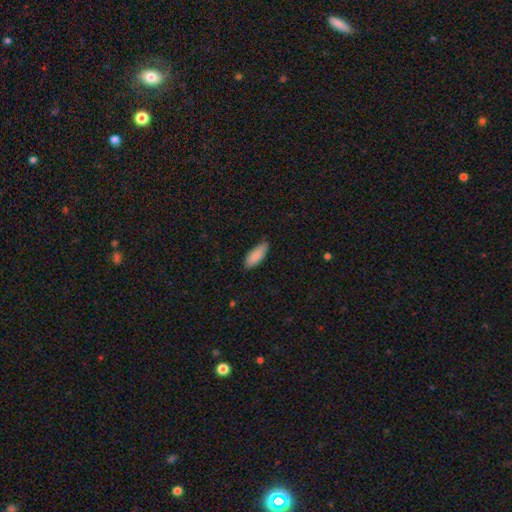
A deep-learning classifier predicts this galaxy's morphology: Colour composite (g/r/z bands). It shows a smooth galaxy with no disk features (88%) that is in between round and cigar-shaped (72%). Merging: none (74%).